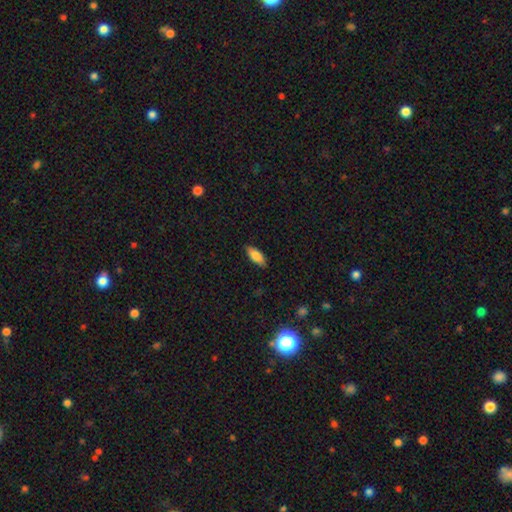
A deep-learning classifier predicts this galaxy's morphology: Smooth or featured: smooth — 82% (featured or disk — 12%)
How rounded: in between — 77% (cigar-shaped — 21%)
Merging: none — 87% (minor disturbance — 10%)